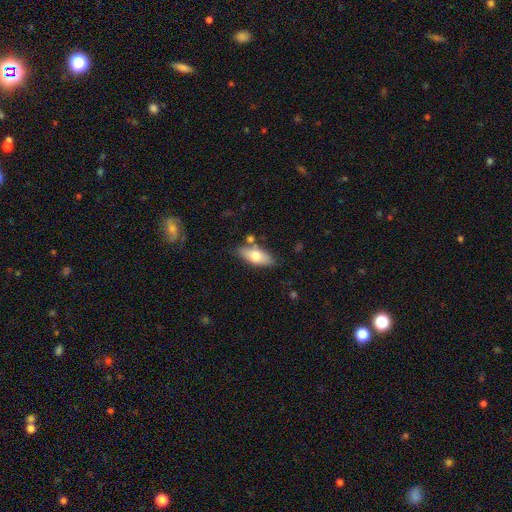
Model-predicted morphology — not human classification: Smooth or featured? smooth (68%)
How rounded? in between (80%)
Merging? none (75%)